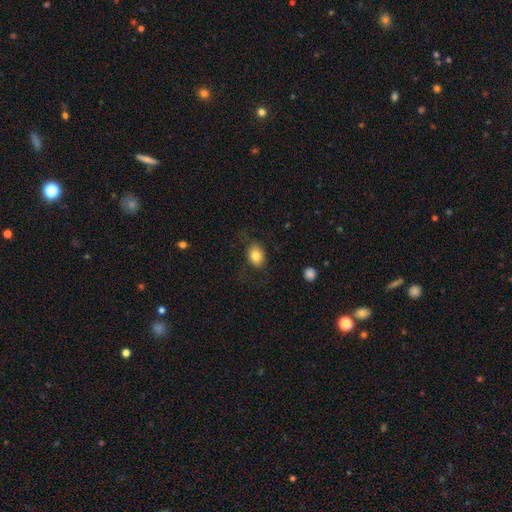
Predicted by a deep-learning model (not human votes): Smooth or featured: smooth — 80% (featured or disk — 11%)
How rounded: in between — 69% (round — 30%)
Merging: none — 71% (minor disturbance — 19%)